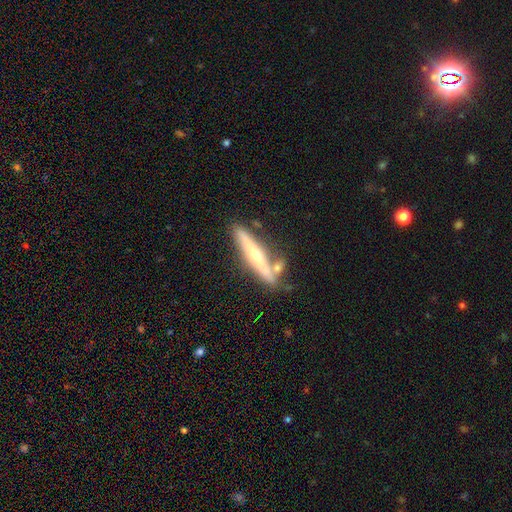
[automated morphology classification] This is likely a featured or disk galaxy (65%). It is clearly viewed edge-on (92%). Edge-on bulge: clearly rounded (84%). Merging: likely none (71%).